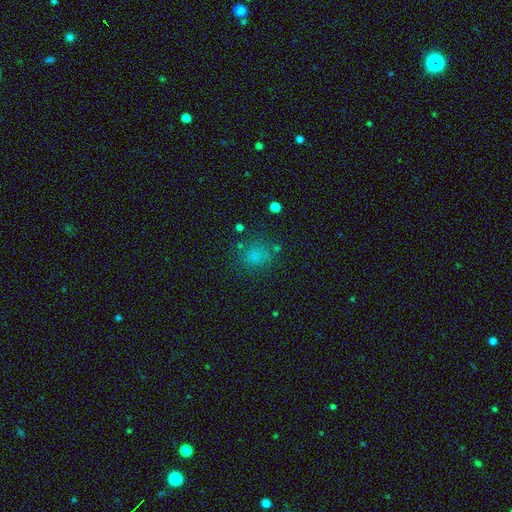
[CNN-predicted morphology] This appears to be a smooth galaxy with no disk features (73%) that is round (67%). Merging: none (73%).